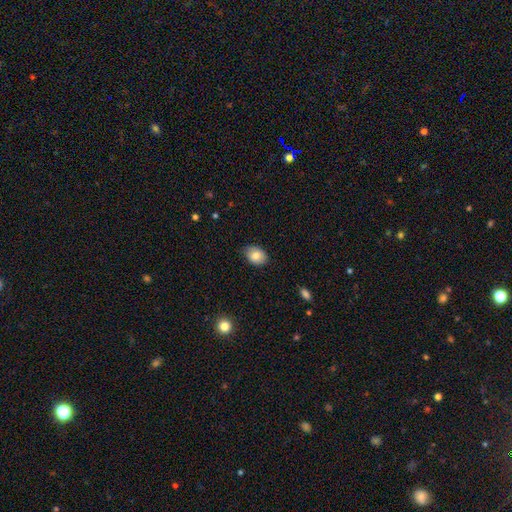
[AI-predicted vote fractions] This appears to be a smooth galaxy with no disk features (80%) that is in between round and cigar-shaped (71%). Merging: none (80%).